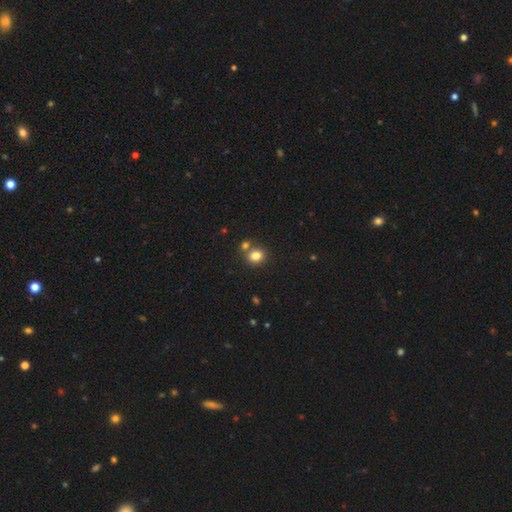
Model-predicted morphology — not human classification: smooth-or-featured: smooth: 82% | star or artifact: 12% | featured or disk: 7%
  how-rounded: round: 66% | in between: 33% | cigar-shaped: 1%
  merging: none: 65% | merger: 23% | minor disturbance: 9% | major disturbance: 3%